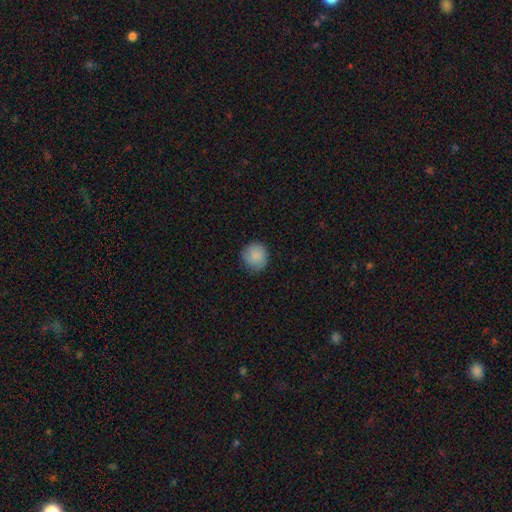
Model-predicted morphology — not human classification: Smooth or featured?
  - smooth: 87% *
  - star or artifact: 7%
  - featured or disk: 6%
How rounded?
  - round: 91% *
  - in between: 8%
  - cigar-shaped: 1%
Merging?
  - none: 81% *
  - minor disturbance: 15%
  - major disturbance: 3%
  - merger: 1%